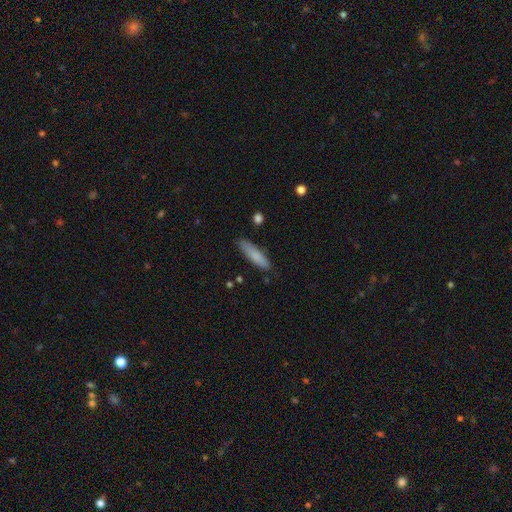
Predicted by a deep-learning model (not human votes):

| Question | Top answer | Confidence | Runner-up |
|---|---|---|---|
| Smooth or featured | smooth | 81% | featured or disk (13%) |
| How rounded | cigar-shaped | 77% | in between (22%) |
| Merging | none | 83% | minor disturbance (13%) |